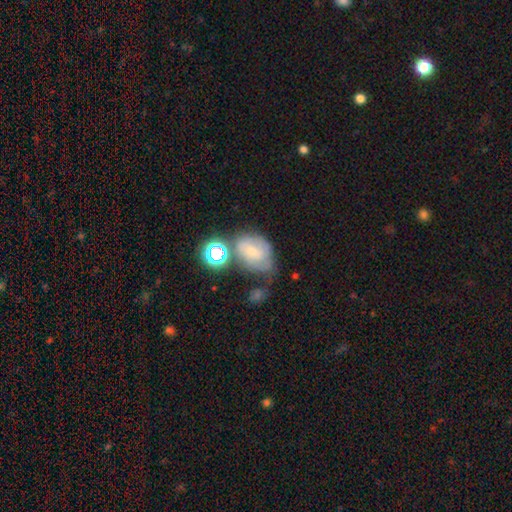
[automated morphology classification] smooth-or-featured: smooth: 50% | featured or disk: 32% | star or artifact: 18%
  how-rounded: in between: 67% | round: 32% | cigar-shaped: 1%
  merging: none: 33% | minor disturbance: 27% | major disturbance: 20% | merger: 19%